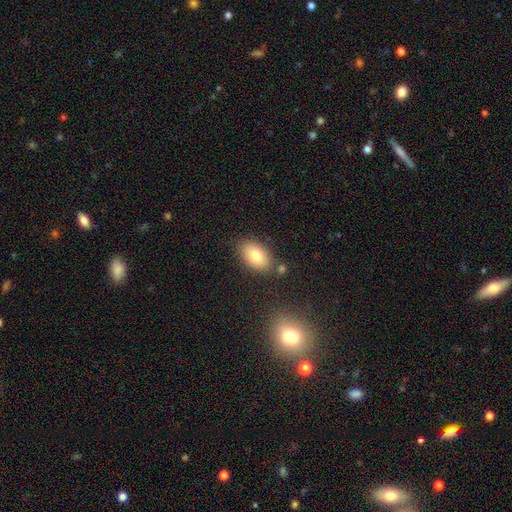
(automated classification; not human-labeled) Morphology: type=smooth (79%); roundness=in between (89%); merging=none (79%).